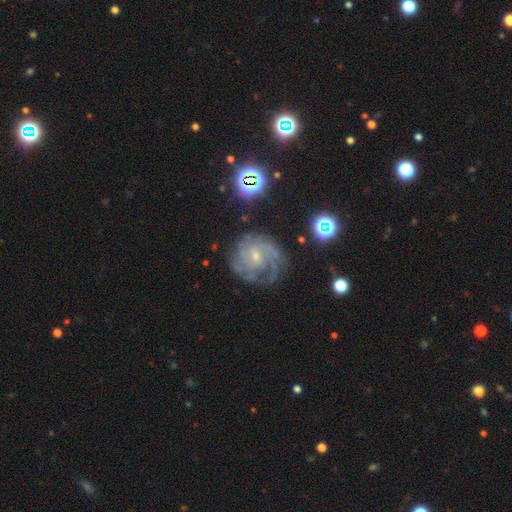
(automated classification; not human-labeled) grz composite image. It shows a featured or disk galaxy (73%) with no bar (61%), tight (55%) spiral arms (88%) and a small central bulge (74%). Merging: none (61%).